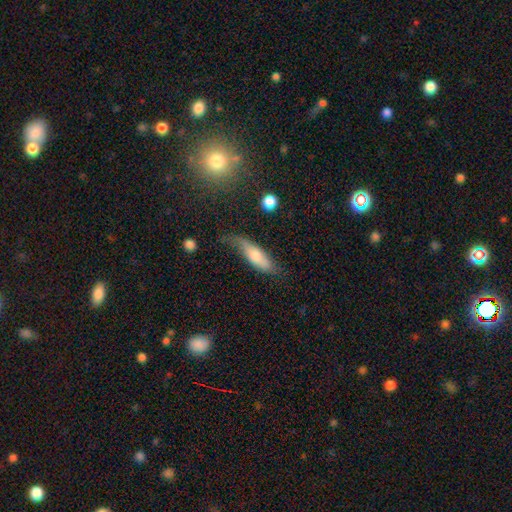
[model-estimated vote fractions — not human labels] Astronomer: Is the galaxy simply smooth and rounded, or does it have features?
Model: smooth — 56% (runner-up: featured or disk, 37%).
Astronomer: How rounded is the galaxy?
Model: cigar-shaped — 57% (runner-up: in between, 40%).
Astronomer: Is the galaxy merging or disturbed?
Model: none — 52% (runner-up: minor disturbance, 33%).